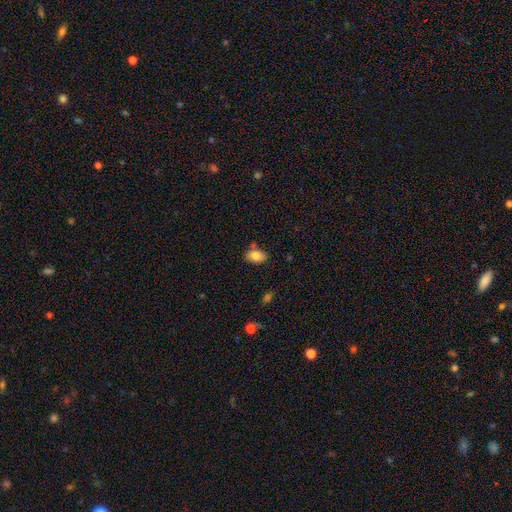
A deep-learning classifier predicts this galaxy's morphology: Smooth or featured: smooth — 85% (star or artifact — 8%)
How rounded: in between — 85% (round — 14%)
Merging: none — 68% (minor disturbance — 17%)